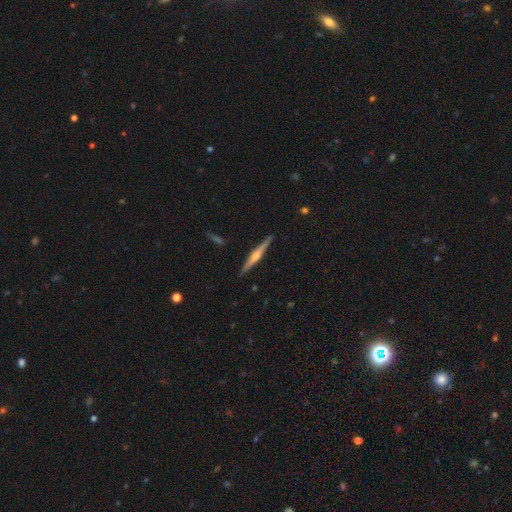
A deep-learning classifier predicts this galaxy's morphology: Overall: featured or disk (76%). Edge-on disk: yes (98%). Edge-on bulge: rounded (84%). Merging: none (91%).